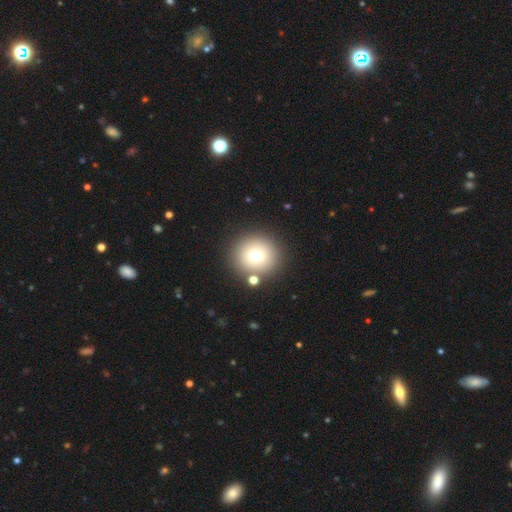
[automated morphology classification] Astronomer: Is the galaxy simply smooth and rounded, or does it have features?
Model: smooth — 71%.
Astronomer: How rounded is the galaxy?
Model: round — 91%.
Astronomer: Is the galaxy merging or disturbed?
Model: none — 83%.